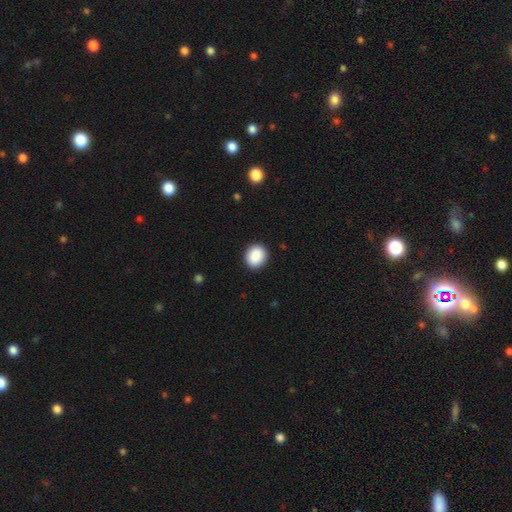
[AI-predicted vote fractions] This appears to be a smooth galaxy with no disk features (90%) that is round (70%). Merging: none (91%).